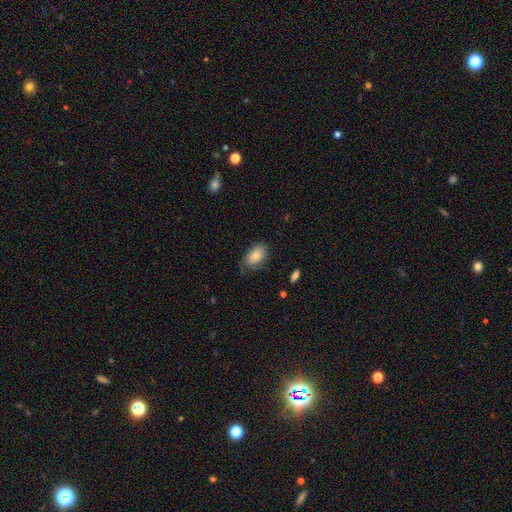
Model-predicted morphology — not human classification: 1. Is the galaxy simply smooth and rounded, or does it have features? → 74% smooth, 19% featured or disk, 7% star or artifact.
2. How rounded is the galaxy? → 90% in between, 8% round, 2% cigar-shaped.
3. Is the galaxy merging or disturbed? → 55% none, 30% minor disturbance, 13% major disturbance, 2% merger.